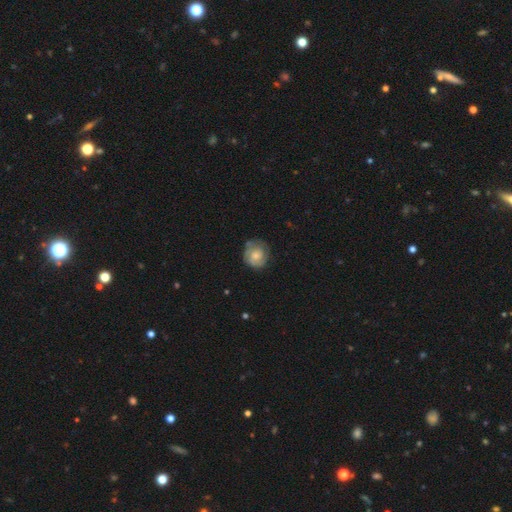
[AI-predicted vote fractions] smooth-or-featured: featured or disk: 50% | smooth: 43% | star or artifact: 7%
  disk-edge-on: no: 97% | yes: 3%
  merging: none: 68% | minor disturbance: 23% | major disturbance: 8% | merger: 2%